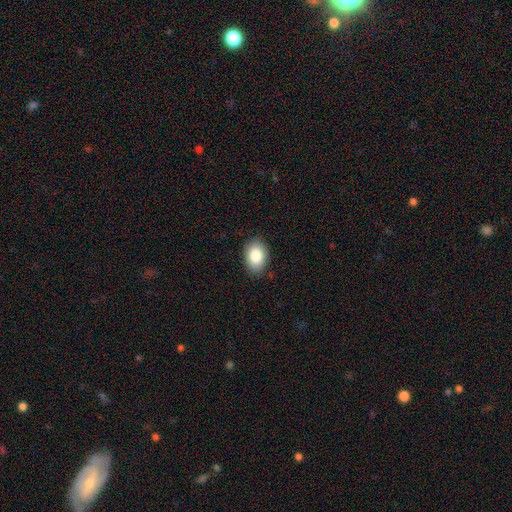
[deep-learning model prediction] smooth_or_featured: smooth (p=0.85) [alt: star or artifact p=0.08]
how_rounded: in between (p=0.81) [alt: round p=0.18]
merging: none (p=0.87) [alt: minor disturbance p=0.10]